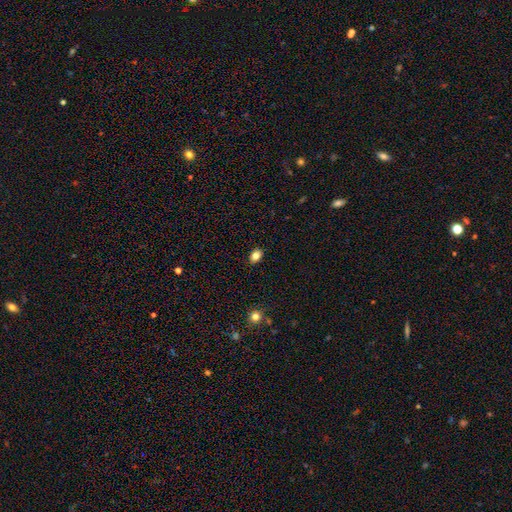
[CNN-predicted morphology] smooth-or-featured: smooth: 83% | star or artifact: 11% | featured or disk: 6%
  how-rounded: in between: 76% | round: 23% | cigar-shaped: 1%
  merging: none: 88% | minor disturbance: 9% | major disturbance: 2% | merger: 1%